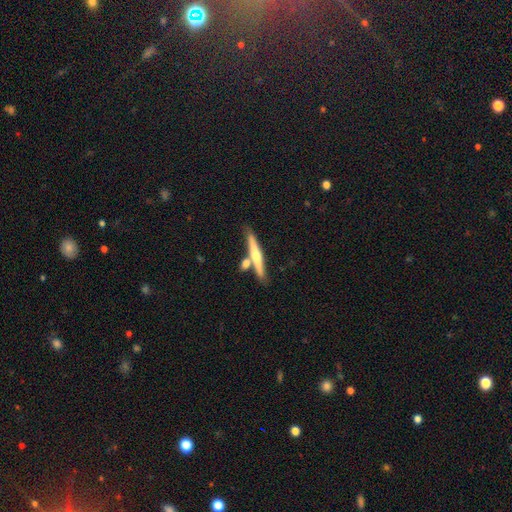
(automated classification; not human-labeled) featured or disk 55%, smooth 39%, star or artifact 6%. Down the decision tree: edge-on disk — yes (95%); edge-on bulge — rounded (80%); merging — none (69%).